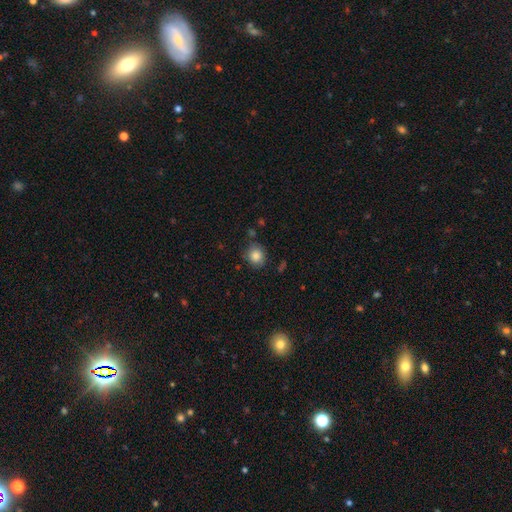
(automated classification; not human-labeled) A smooth galaxy with no disk features (82%) that is round (75%). Merging: none (76%).